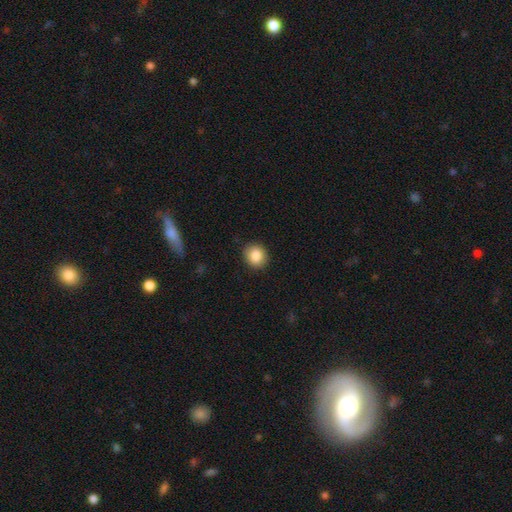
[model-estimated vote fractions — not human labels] A smooth galaxy with no disk features (87%) that is round (77%).

Vote fractions:
- Smooth or featured? smooth: 87% / star or artifact: 8% / featured or disk: 5%
- How rounded? round: 77% / in between: 23% / cigar-shaped: 1%
- Merging? none: 89% / minor disturbance: 8% / major disturbance: 2% / merger: 1%